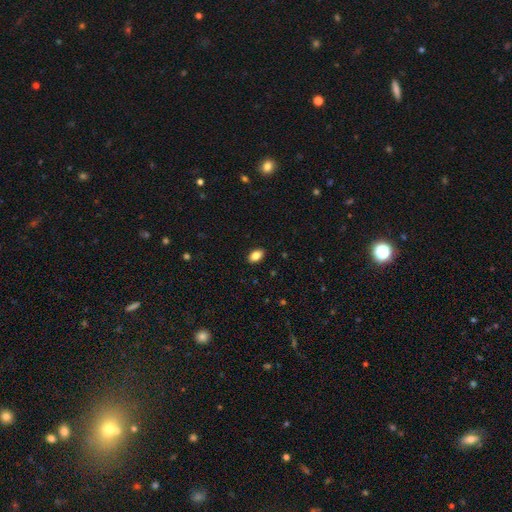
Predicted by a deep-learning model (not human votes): This is clearly a smooth galaxy (85%). How rounded: clearly in between (90%). Merging: clearly none (89%).